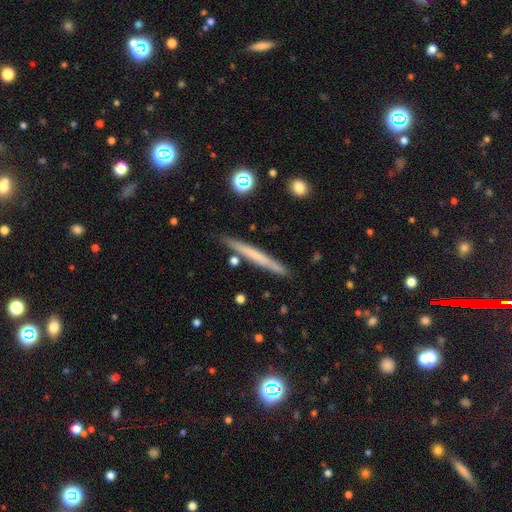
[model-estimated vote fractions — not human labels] smooth_or_featured: smooth (p=0.50) [alt: featured or disk p=0.43]
how_rounded: cigar-shaped (p=0.96) [alt: in between p=0.02]
merging: none (p=0.87) [alt: minor disturbance p=0.09]